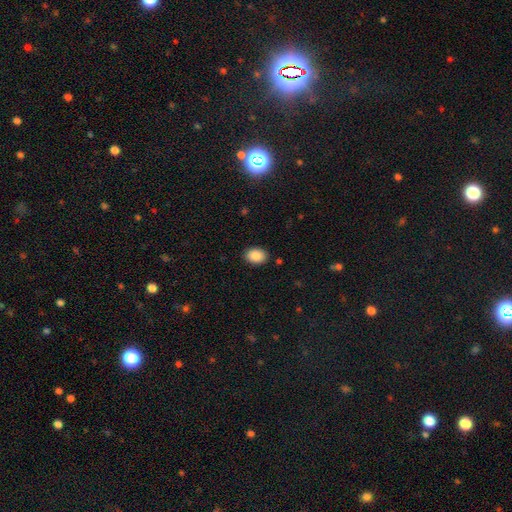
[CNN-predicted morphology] smooth-or-featured: smooth: 89% | star or artifact: 7% | featured or disk: 4%
  how-rounded: in between: 74% | round: 25% | cigar-shaped: 1%
  merging: none: 88% | minor disturbance: 8% | major disturbance: 2% | merger: 1%